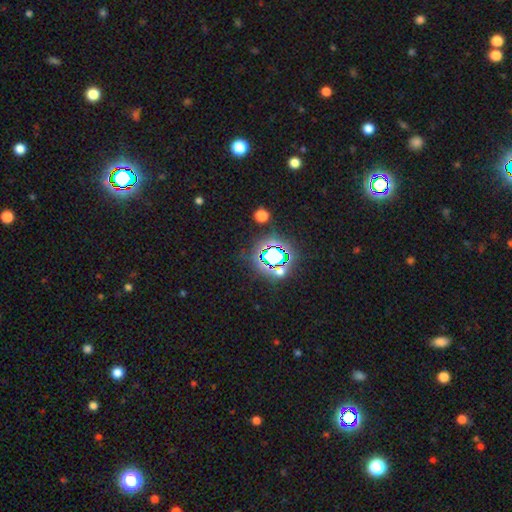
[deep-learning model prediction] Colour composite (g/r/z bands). It shows a star or artifact, not a galaxy (82%).